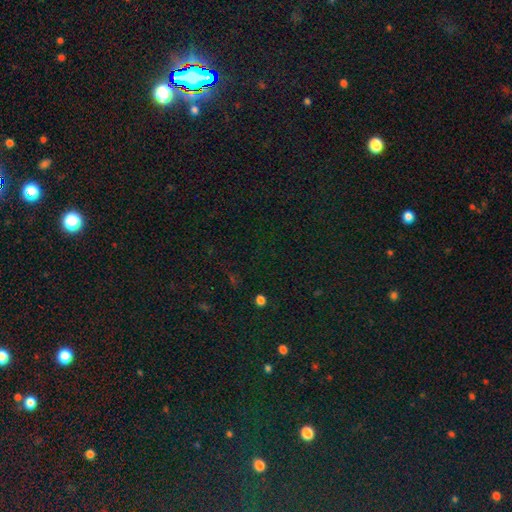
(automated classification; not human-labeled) Q: Smooth or featured?
A: star or artifact (78%); runner-up: smooth (14%)